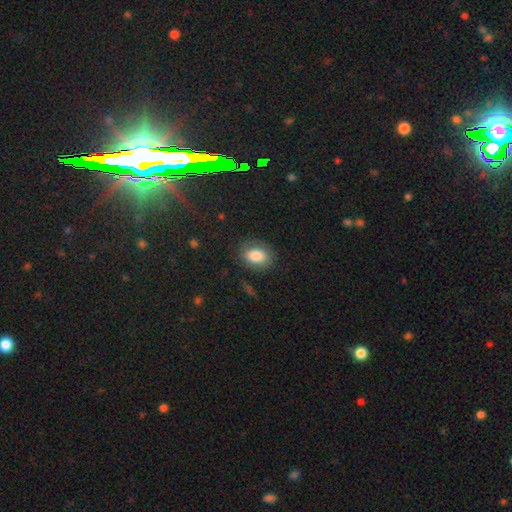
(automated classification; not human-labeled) Morphology: type=smooth (81%); roundness=in between (71%); merging=none (79%).